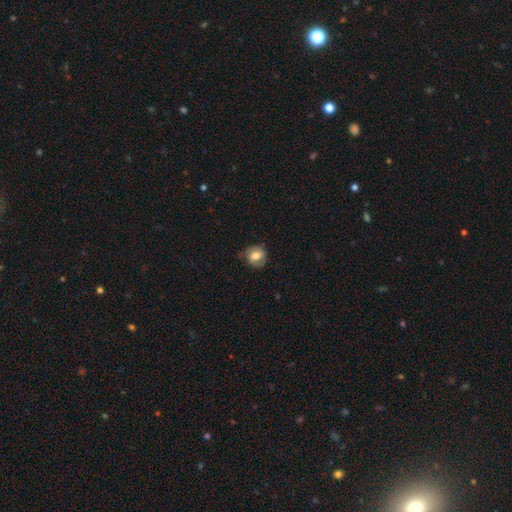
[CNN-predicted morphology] smooth-or-featured: smooth: 57% | featured or disk: 35% | star or artifact: 8%
  how-rounded: round: 74% | in between: 25% | cigar-shaped: 1%
  merging: none: 69% | minor disturbance: 22% | major disturbance: 7% | merger: 1%